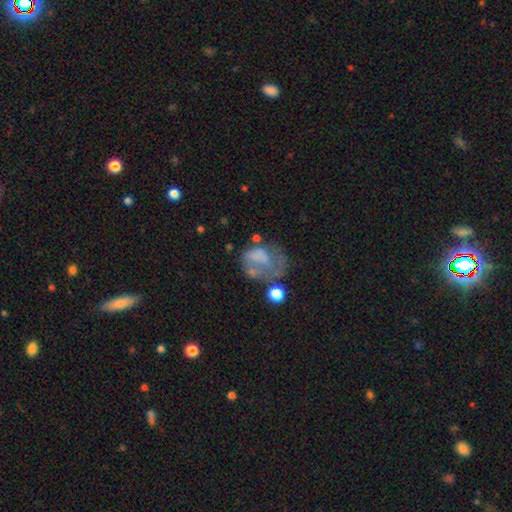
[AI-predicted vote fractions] The model was most divided on "smooth or featured": smooth: 43%, featured or disk: 42%, star or artifact: 15%. Remaining: merging — major disturbance (40%).